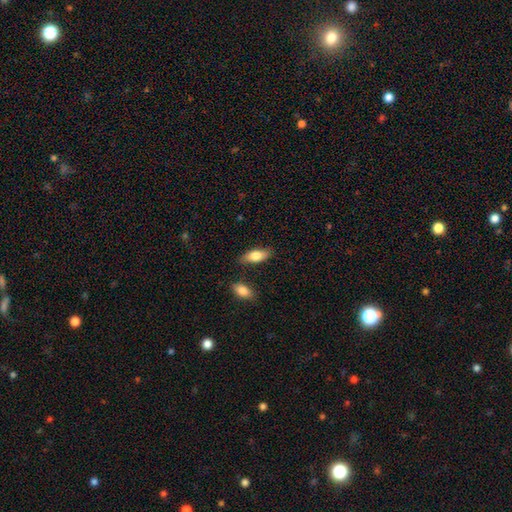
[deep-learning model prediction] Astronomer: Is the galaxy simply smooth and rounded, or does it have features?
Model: smooth — 78%.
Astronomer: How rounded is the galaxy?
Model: in between — 82%.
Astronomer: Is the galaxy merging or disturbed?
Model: none — 81%.